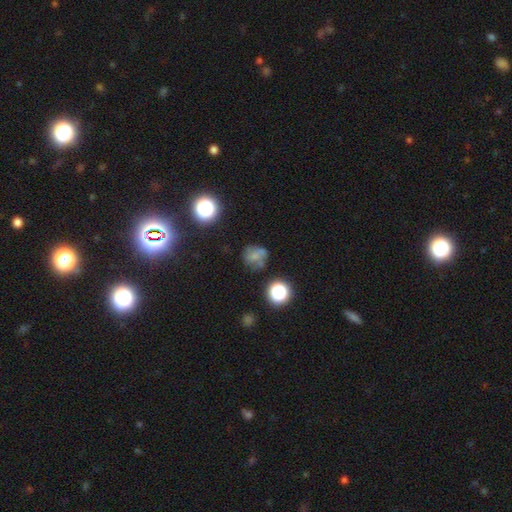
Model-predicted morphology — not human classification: Smooth or featured? smooth (51%)
How rounded? round (75%)
Merging? none (52%)